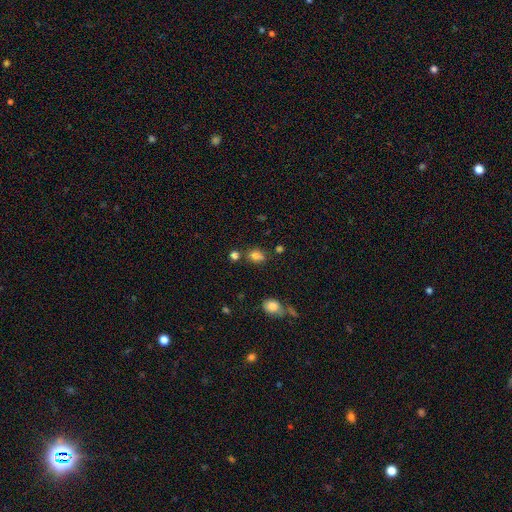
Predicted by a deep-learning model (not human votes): Morphology: type=smooth (77%); roundness=in between (58%); merging=none (63%).